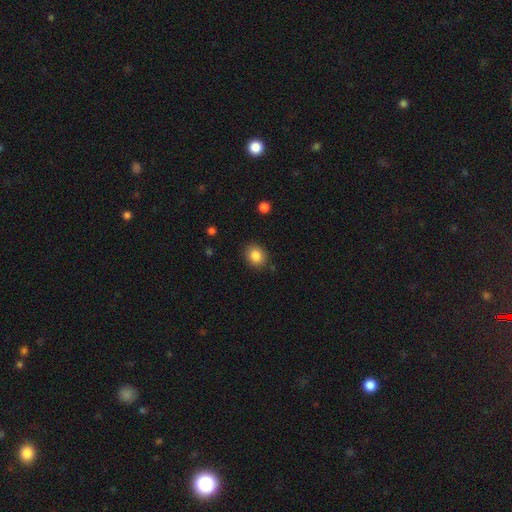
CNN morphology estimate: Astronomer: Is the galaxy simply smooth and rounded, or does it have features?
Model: smooth — 86%.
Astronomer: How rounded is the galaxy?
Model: round — 62%.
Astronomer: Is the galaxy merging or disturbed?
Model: none — 86%.